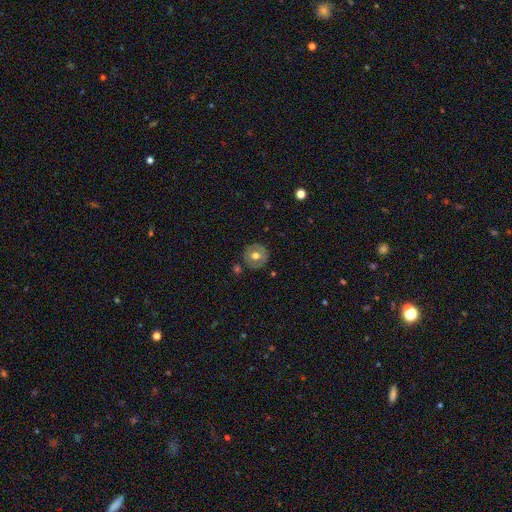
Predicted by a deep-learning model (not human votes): smooth_or_featured: smooth (p=0.60) [alt: featured or disk p=0.32]
how_rounded: round (p=0.93) [alt: in between p=0.06]
merging: none (p=0.85) [alt: minor disturbance p=0.09]